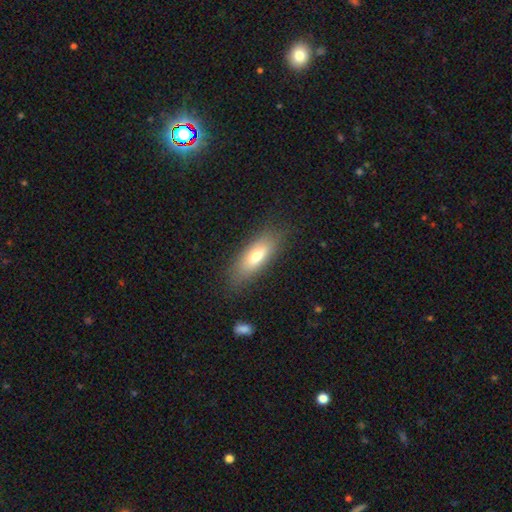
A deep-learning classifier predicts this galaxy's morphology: Smooth or featured: smooth — 70% (featured or disk — 22%)
How rounded: in between — 68% (cigar-shaped — 29%)
Merging: none — 81% (minor disturbance — 13%)